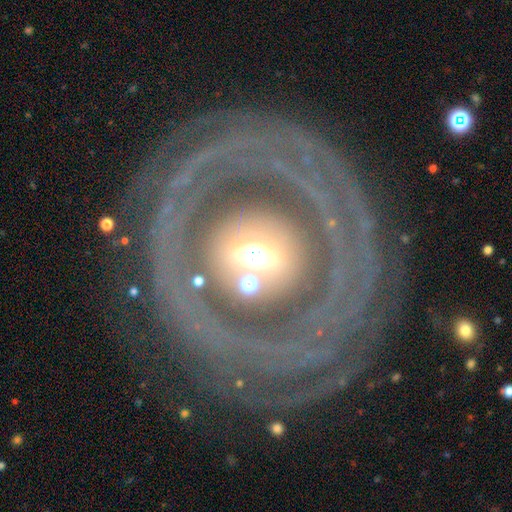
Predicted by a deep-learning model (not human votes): A featured or disk galaxy (40%). Merging: none (57%).